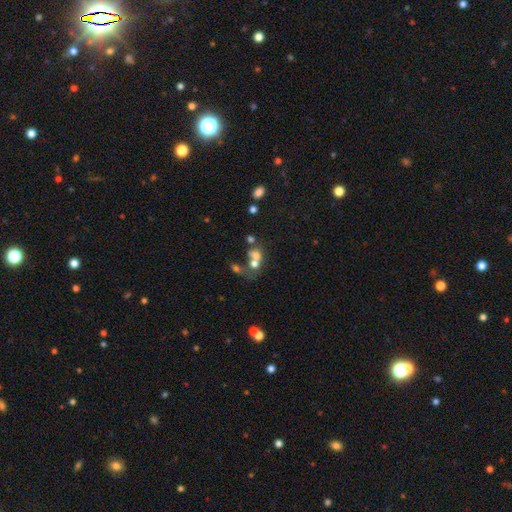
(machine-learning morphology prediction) type=smooth (57%); roundness=round (56%); merging=merger (61%).